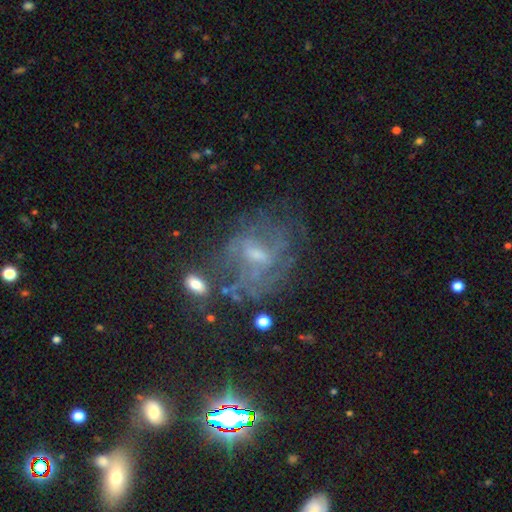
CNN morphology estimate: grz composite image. It shows a featured or disk galaxy (65%) with a weak bar (48%), spiral arms (56%) and a small central bulge (45%). Merging: none (49%).